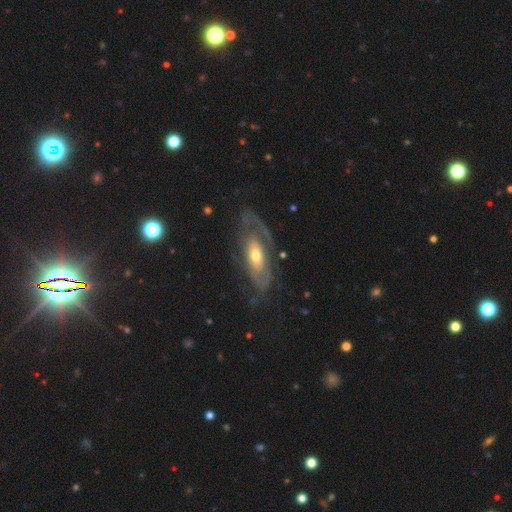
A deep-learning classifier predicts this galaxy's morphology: smooth_or_featured: featured or disk (p=0.77) [alt: smooth p=0.18]
disk_edge_on: no (p=0.89) [alt: yes p=0.11]
bar: no (p=0.73) [alt: weak p=0.20]
has_spiral_arms: yes (p=0.73) [alt: no p=0.27]
bulge_size: moderate (p=0.63) [alt: small p=0.28]
merging: none (p=0.59) [alt: minor disturbance p=0.20]